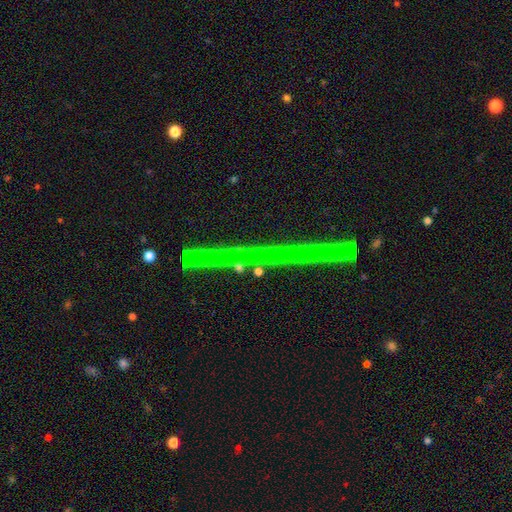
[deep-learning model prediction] smooth-or-featured: star or artifact: 74% | featured or disk: 19% | smooth: 7%